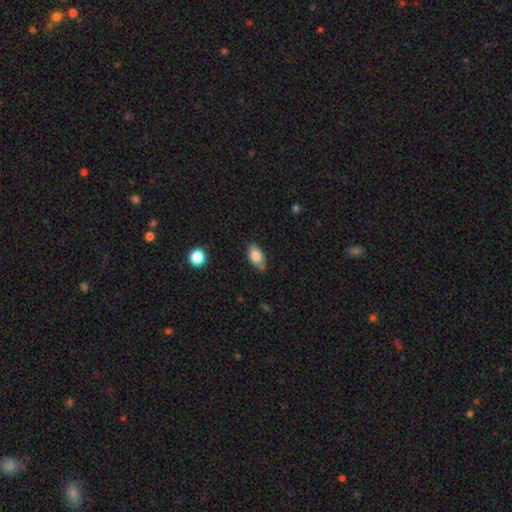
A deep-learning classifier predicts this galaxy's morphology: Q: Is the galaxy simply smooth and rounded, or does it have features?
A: smooth — 83%.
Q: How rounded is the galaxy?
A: in between — 90%.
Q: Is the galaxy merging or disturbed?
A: none — 68%.